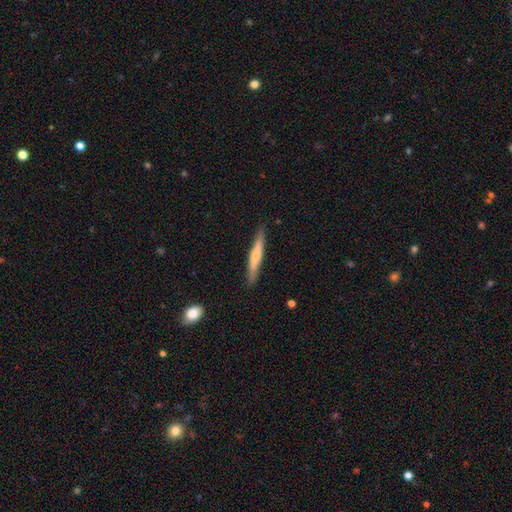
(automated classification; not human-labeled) smooth 59%, featured or disk 36%, star or artifact 5%. Down the decision tree: how rounded — cigar-shaped (94%); merging — none (87%).